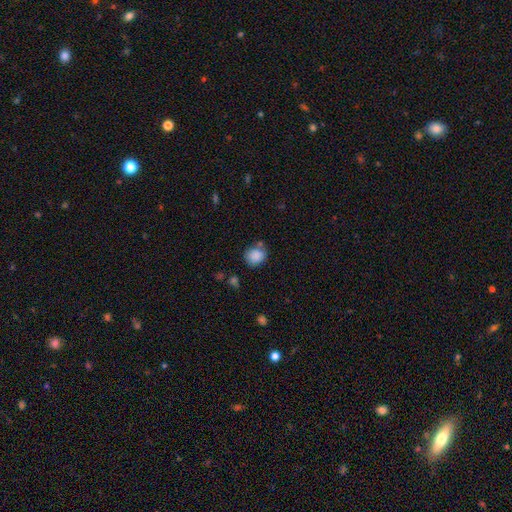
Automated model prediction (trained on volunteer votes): Smooth or featured: smooth — 87% (star or artifact — 9%)
How rounded: round — 72% (in between — 27%)
Merging: none — 68% (minor disturbance — 17%)